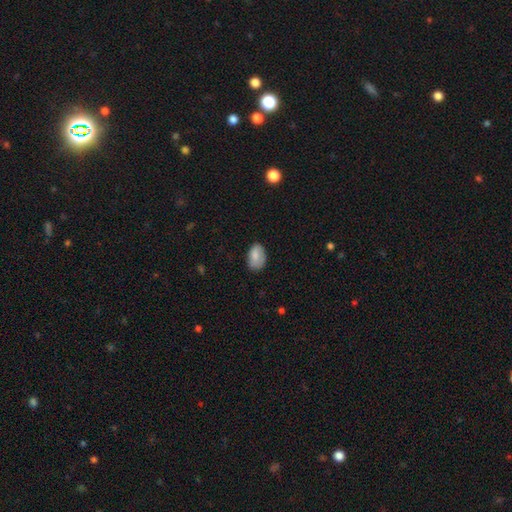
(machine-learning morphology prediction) A smooth galaxy with no disk features (79%) that is in between round and cigar-shaped (88%).

Vote fractions:
- Smooth or featured? smooth: 79% / featured or disk: 14% / star or artifact: 7%
- How rounded? in between: 88% / round: 11% / cigar-shaped: 1%
- Merging? none: 67% / minor disturbance: 25% / major disturbance: 7% / merger: 1%